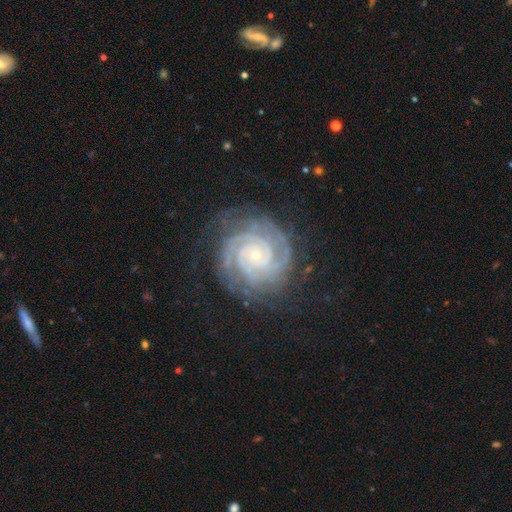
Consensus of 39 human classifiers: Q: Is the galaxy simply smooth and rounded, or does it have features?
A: featured or disk — 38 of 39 (97%).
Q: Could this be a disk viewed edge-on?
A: no — 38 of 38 (100%).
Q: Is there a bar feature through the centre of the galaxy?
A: no — 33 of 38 (87%).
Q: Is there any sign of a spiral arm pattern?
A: yes — 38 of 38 (100%).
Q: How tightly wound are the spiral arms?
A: tight — 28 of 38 (74%).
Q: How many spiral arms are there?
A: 3 — 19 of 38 (50%).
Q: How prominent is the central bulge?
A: small — 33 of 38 (87%).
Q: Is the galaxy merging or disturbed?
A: none — 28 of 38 (74%).